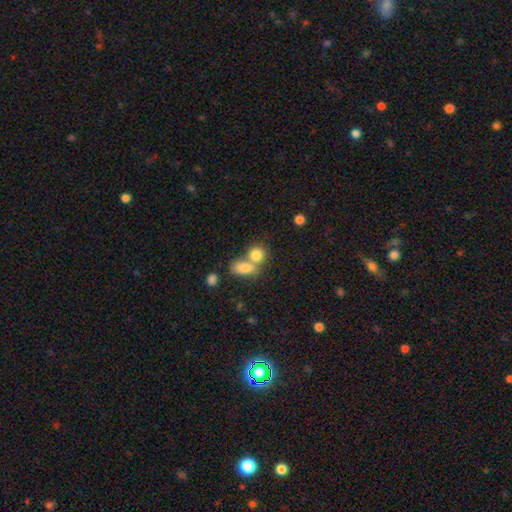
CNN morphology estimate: A smooth galaxy with no disk features (82%) that is round (54%). Merging: merger (53%).